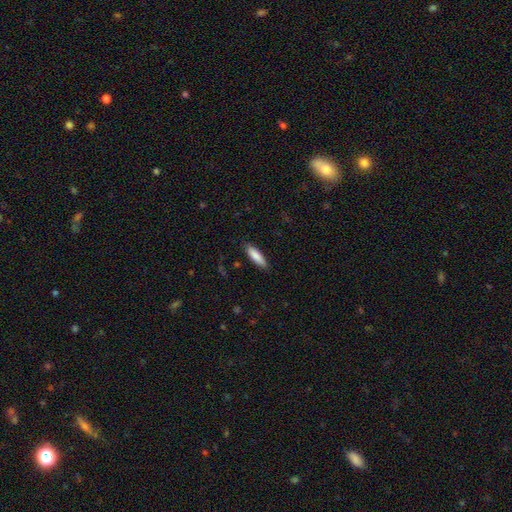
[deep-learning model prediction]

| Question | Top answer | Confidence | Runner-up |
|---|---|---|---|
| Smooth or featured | smooth | 86% | featured or disk (9%) |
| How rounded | cigar-shaped | 63% | in between (36%) |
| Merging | none | 87% | minor disturbance (10%) |